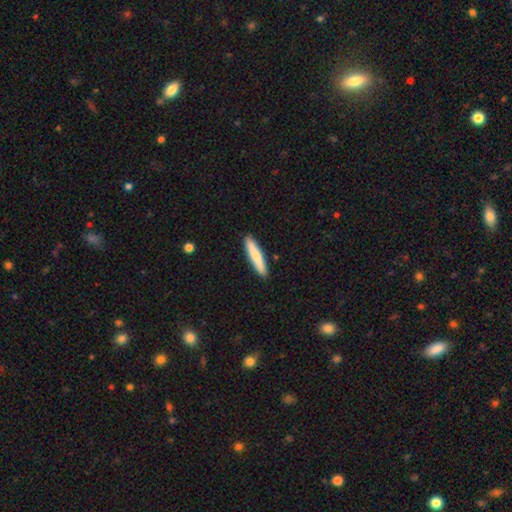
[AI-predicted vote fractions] smooth 79%, featured or disk 16%, star or artifact 5%. Down the decision tree: how rounded — cigar-shaped (91%); merging — none (91%).